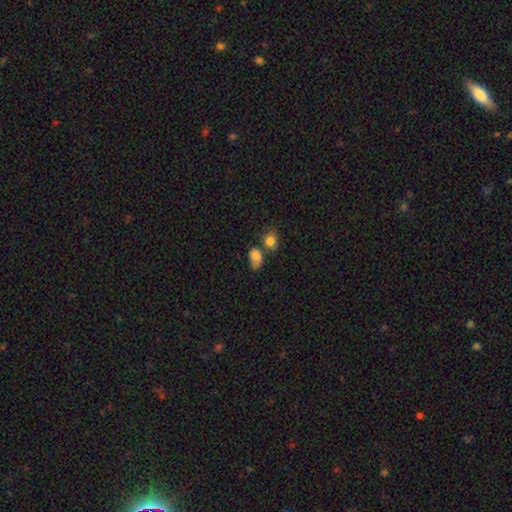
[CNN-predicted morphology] type=smooth (80%); roundness=in between (73%); merging=none (36%).